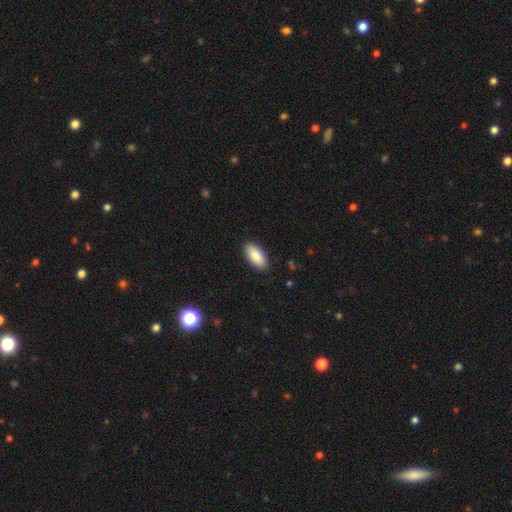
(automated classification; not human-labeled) This appears to be a smooth galaxy with no disk features (87%) that is in between round and cigar-shaped (91%). Merging: none (89%).